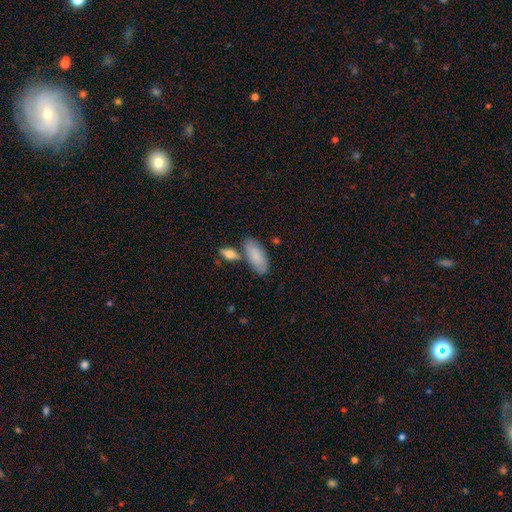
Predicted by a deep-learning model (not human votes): This is likely a smooth galaxy (80%). How rounded: clearly in between (86%). Merging: likely none (65%).